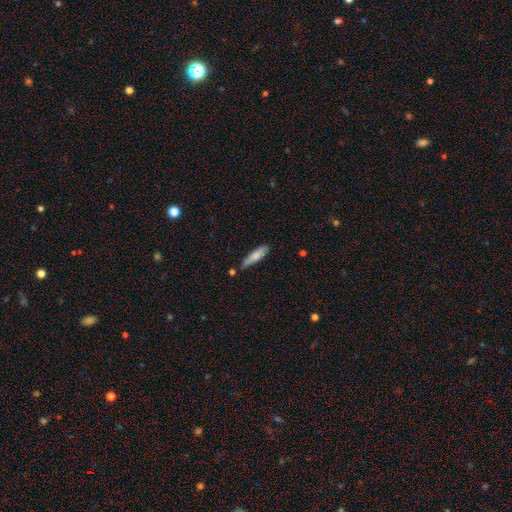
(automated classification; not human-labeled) Overall: smooth (75%). How rounded: cigar-shaped (77%). Merging: none (69%).